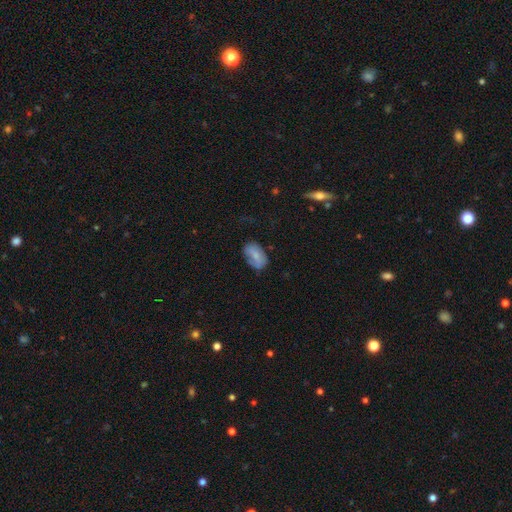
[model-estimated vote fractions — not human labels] Smooth or featured?
  - smooth: 70% *
  - featured or disk: 22%
  - star or artifact: 8%
How rounded?
  - in between: 89% *
  - round: 9%
  - cigar-shaped: 2%
Merging?
  - none: 57% *
  - minor disturbance: 30%
  - major disturbance: 10%
  - merger: 3%